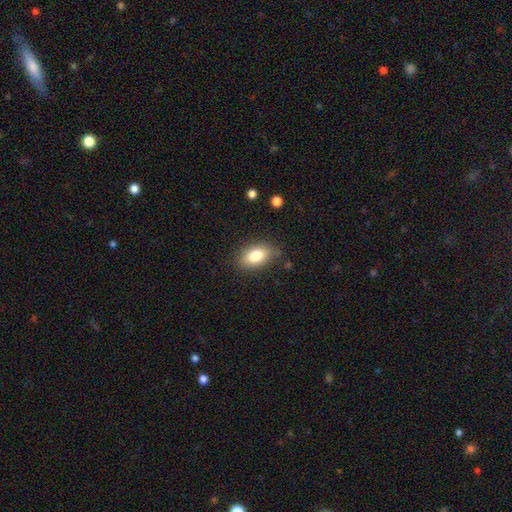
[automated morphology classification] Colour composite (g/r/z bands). It shows a smooth galaxy with no disk features (82%) that is in between round and cigar-shaped (89%). Merging: none (81%).